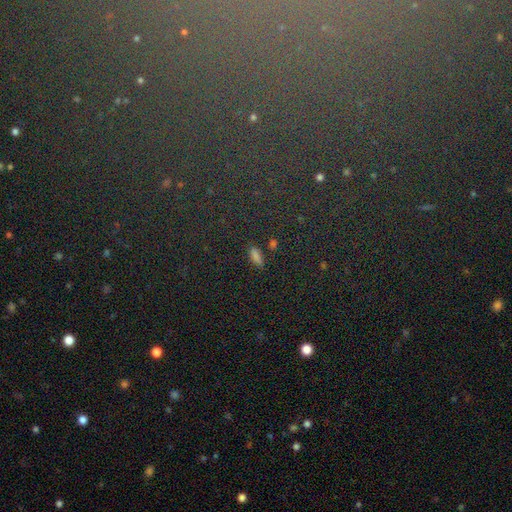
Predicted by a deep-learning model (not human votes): This appears to be a smooth galaxy with no disk features (58%) that is in between round and cigar-shaped (68%). Merging: none (84%).